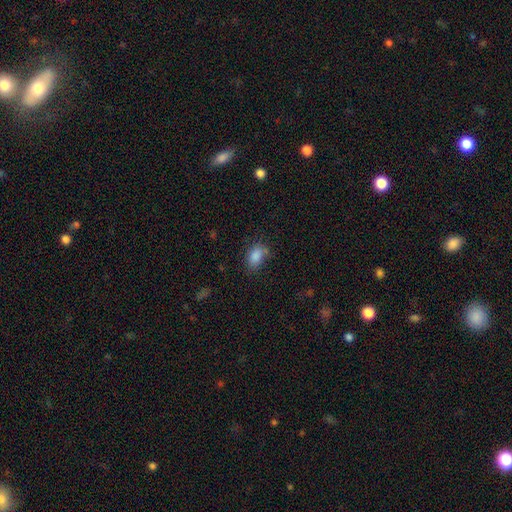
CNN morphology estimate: This is clearly a smooth galaxy (84%). How rounded: clearly in between (84%). Merging: likely none (64%).